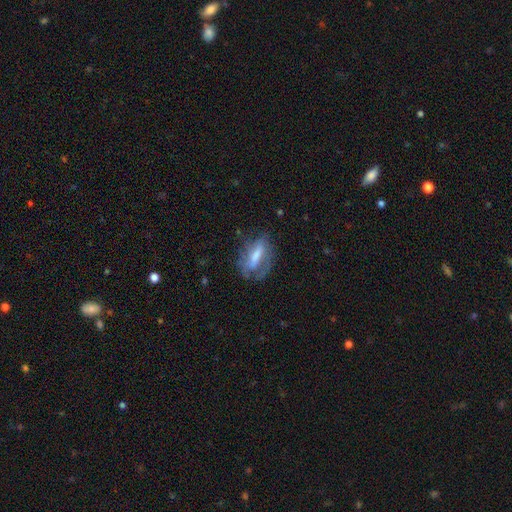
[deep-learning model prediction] Smooth or featured? featured or disk (51%)
Edge-on disk? no (81%)
Merging? none (54%)